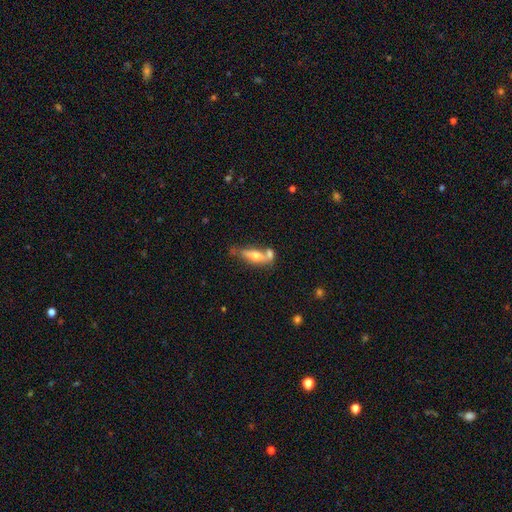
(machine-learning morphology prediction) This is possibly a smooth galaxy (50%). How rounded: possibly cigar-shaped (52%). Merging: marginally none (43%).